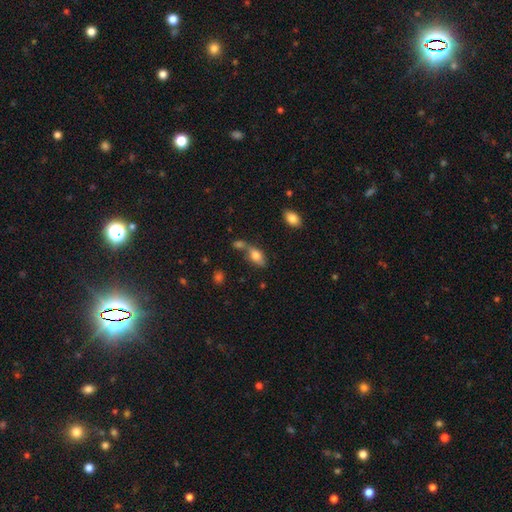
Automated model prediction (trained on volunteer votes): Smooth or featured: smooth — 72% (featured or disk — 19%)
How rounded: in between — 85% (cigar-shaped — 9%)
Merging: none — 46% (merger — 31%)